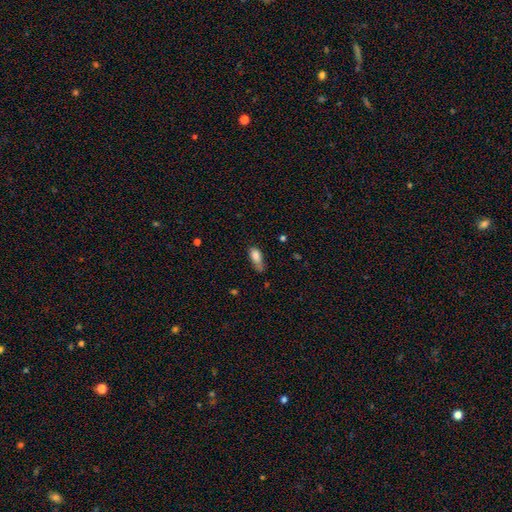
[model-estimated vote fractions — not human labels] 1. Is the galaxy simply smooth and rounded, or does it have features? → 82% smooth, 10% featured or disk, 9% star or artifact.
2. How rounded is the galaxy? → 83% in between, 12% cigar-shaped, 4% round.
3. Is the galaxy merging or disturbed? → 39% none (tied), 39% minor disturbance (tied), 16% major disturbance, 6% merger.